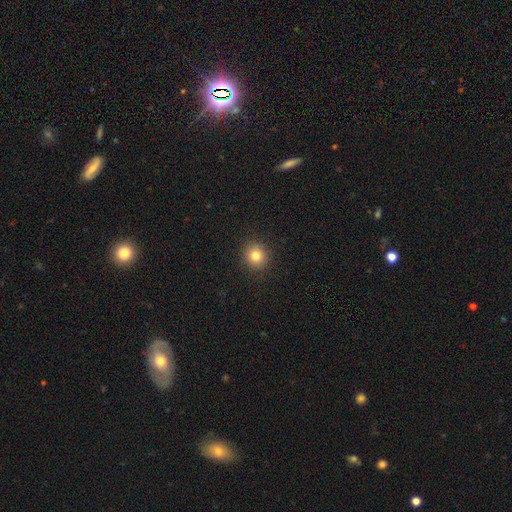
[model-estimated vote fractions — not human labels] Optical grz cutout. It shows a smooth galaxy with no disk features (82%) that is round (88%). Merging: none (91%).